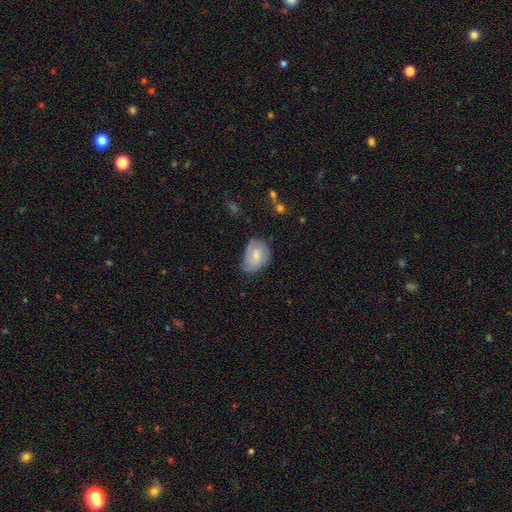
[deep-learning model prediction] smooth_or_featured: smooth (p=0.58) [alt: featured or disk p=0.35]
how_rounded: in between (p=0.73) [alt: round p=0.26]
merging: none (p=0.53) [alt: minor disturbance p=0.35]